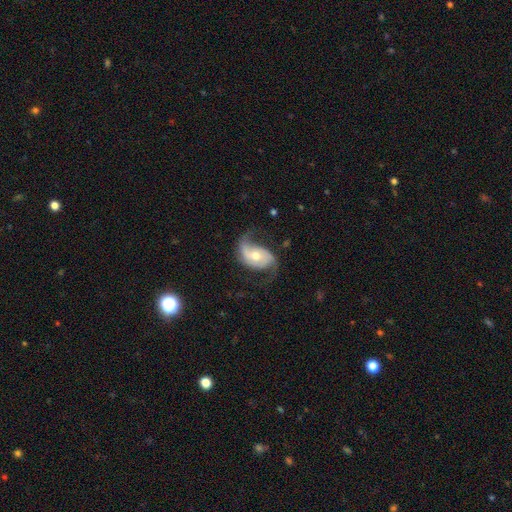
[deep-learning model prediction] featured or disk 83%, smooth 11%, star or artifact 6%. Down the decision tree: edge-on disk — no (97%); bar — no (56%); spiral arms — yes (95%); spiral arm count — 2 (88%); spiral winding — loose (55%); bulge size — moderate (61%); merging — none (61%).